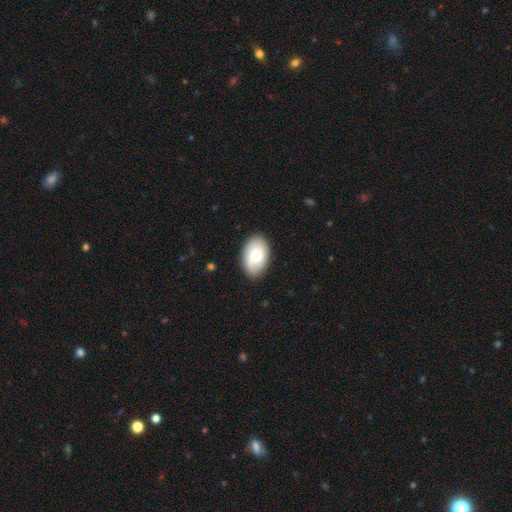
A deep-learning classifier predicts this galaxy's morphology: Smooth or featured: smooth — 79% (featured or disk — 15%)
How rounded: in between — 92% (round — 6%)
Merging: none — 86% (minor disturbance — 11%)